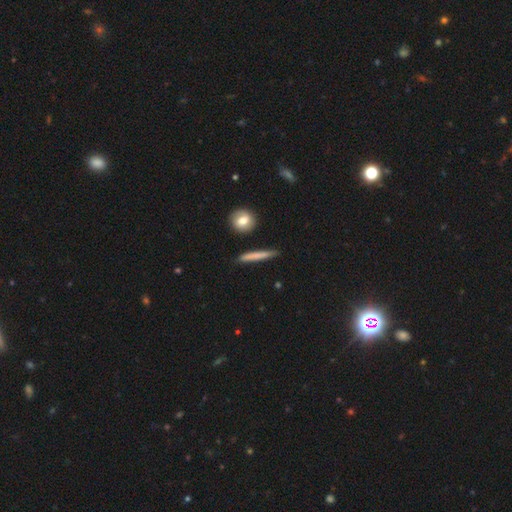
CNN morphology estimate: A smooth galaxy with no disk features (70%) that is cigar-shaped (93%). Merging: none (89%).